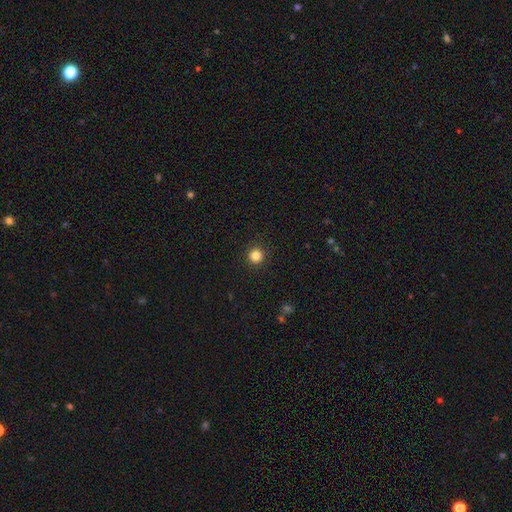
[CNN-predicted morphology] Smooth or featured?
  - smooth: 83% *
  - star or artifact: 12%
  - featured or disk: 4%
How rounded?
  - round: 96% *
  - in between: 3%
  - cigar-shaped: 1%
Merging?
  - none: 93% *
  - minor disturbance: 4%
  - major disturbance: 2%
  - merger: 1%